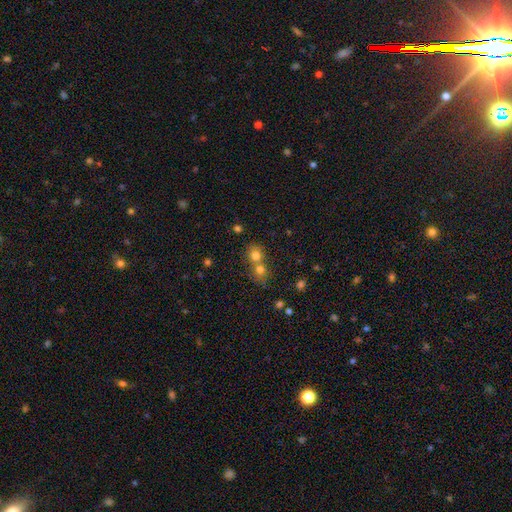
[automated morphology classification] smooth 75%, star or artifact 14%, featured or disk 11%. Down the decision tree: how rounded — round (78%); merging — merger (58%).